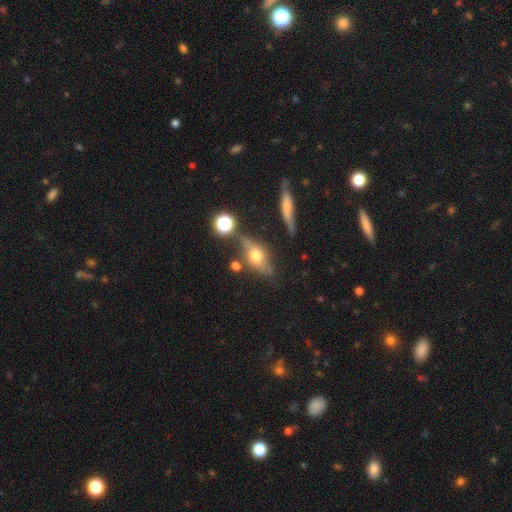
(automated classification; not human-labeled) A featured or disk galaxy (49%). Merging: none (66%).